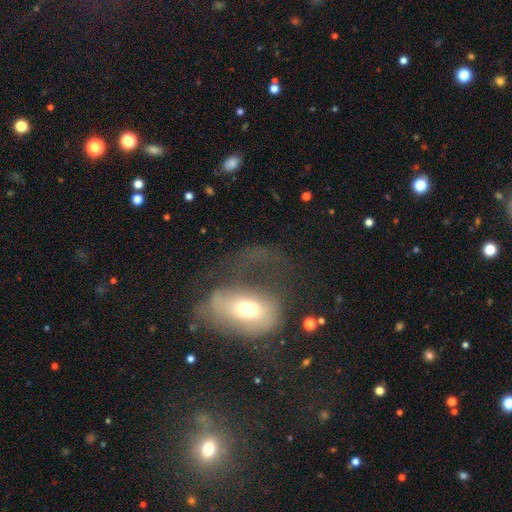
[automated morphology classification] A smooth galaxy with no disk features (45%). Merging: major disturbance (53%).